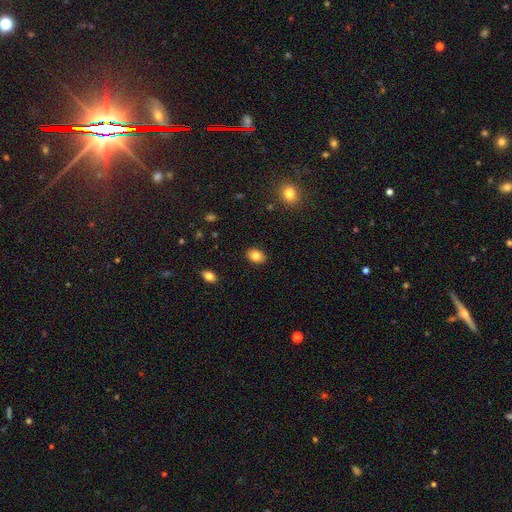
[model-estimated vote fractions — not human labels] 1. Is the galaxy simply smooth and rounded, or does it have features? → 82% smooth, 9% star or artifact, 9% featured or disk.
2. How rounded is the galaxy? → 77% in between, 22% round, 1% cigar-shaped.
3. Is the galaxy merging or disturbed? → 88% none, 9% minor disturbance, 2% major disturbance, 1% merger.